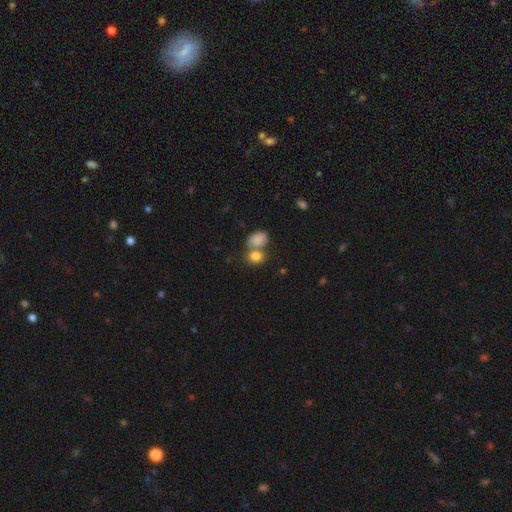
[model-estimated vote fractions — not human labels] A smooth galaxy with no disk features (83%) that is in between round and cigar-shaped (59%).

Vote fractions:
- Smooth or featured? smooth: 83% / star or artifact: 9% / featured or disk: 8%
- How rounded? in between: 59% / round: 40% / cigar-shaped: 1%
- Merging? merger: 49% / none: 37% / minor disturbance: 10% / major disturbance: 4%